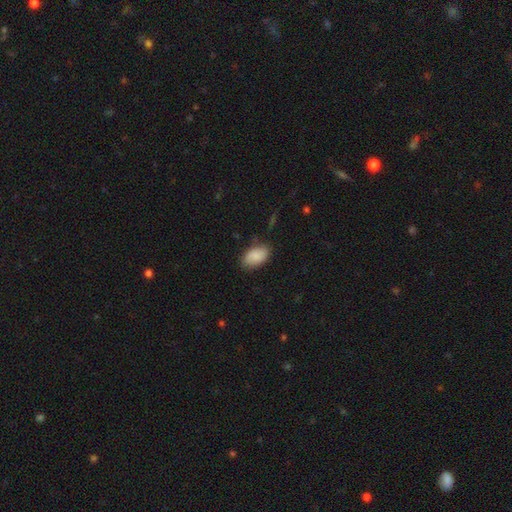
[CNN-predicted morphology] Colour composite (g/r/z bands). It shows a smooth galaxy with no disk features (85%) that is in between round and cigar-shaped (94%). Merging: none (80%).